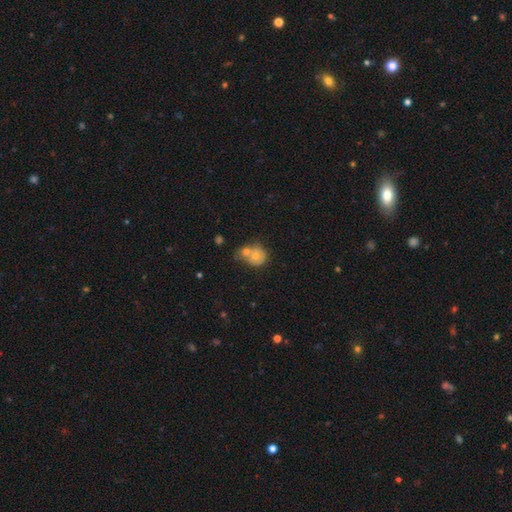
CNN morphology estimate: smooth-or-featured: smooth: 65% | featured or disk: 25% | star or artifact: 9%
  how-rounded: round: 75% | in between: 24% | cigar-shaped: 1%
  merging: merger: 56% | none: 28% | minor disturbance: 11% | major disturbance: 5%